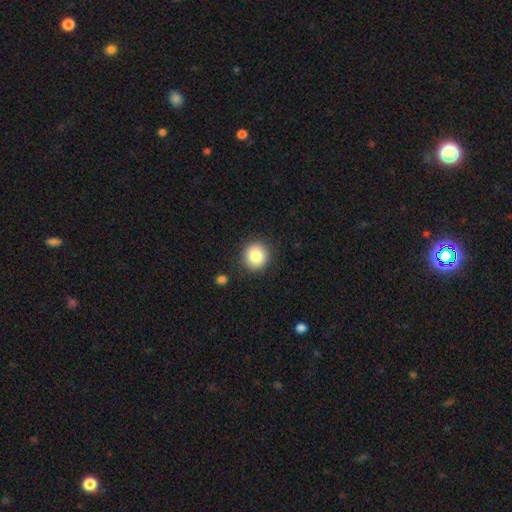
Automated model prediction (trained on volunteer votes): This is clearly a smooth galaxy (85%). How rounded: clearly round (91%). Merging: clearly none (88%).